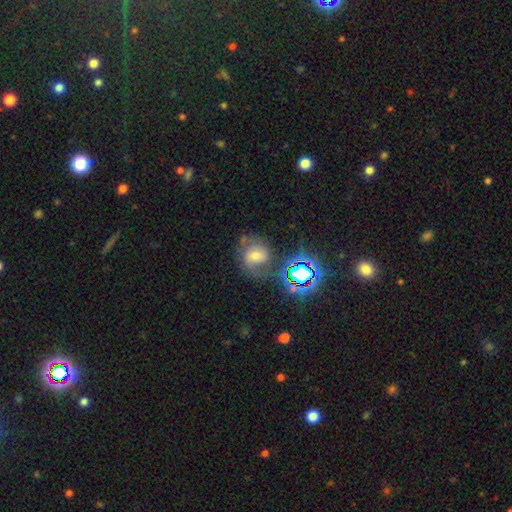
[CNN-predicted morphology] Smooth or featured? Predicted: featured or disk (p=0.53). Edge-on disk? Predicted: no (p=0.96). Bar? Predicted: weak (p=0.42). Spiral arms? Predicted: yes (p=0.85). Bulge size? Predicted: moderate (p=0.52). Merging? Predicted: none (p=0.58).